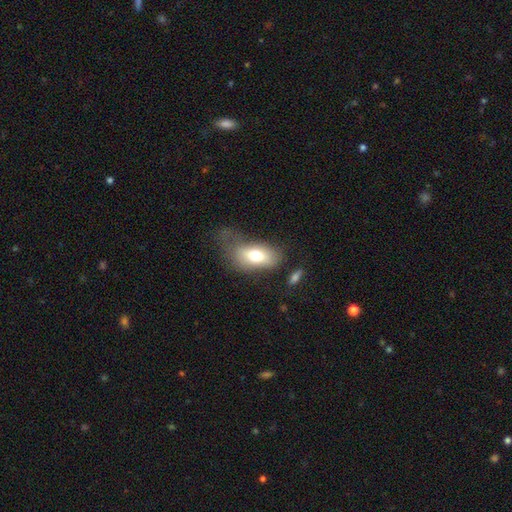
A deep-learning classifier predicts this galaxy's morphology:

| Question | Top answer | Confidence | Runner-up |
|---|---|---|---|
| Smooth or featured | smooth | 73% | featured or disk (19%) |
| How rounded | in between | 89% | round (7%) |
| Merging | none | 38% | minor disturbance (29%) |